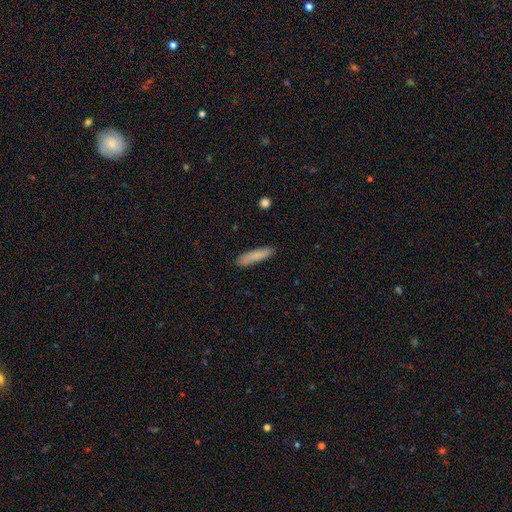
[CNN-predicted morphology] This appears to be a smooth galaxy with no disk features (83%) that is cigar-shaped (81%). Merging: none (85%).